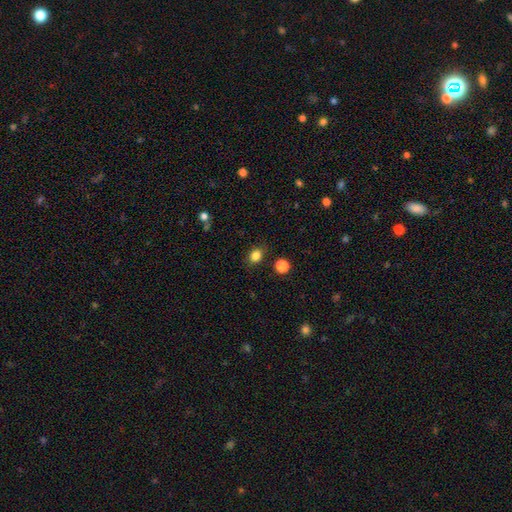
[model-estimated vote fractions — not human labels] smooth 84%, star or artifact 12%, featured or disk 5%. Down the decision tree: how rounded — in between (50%); merging — none (84%).